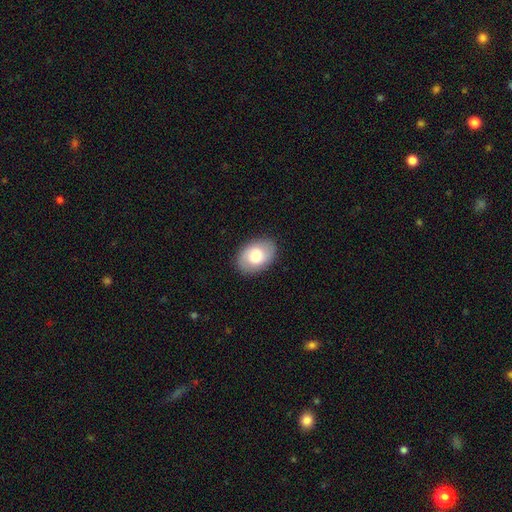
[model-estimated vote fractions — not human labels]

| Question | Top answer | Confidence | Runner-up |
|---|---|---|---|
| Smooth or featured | smooth | 66% | featured or disk (27%) |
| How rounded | in between | 80% | round (18%) |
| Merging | none | 86% | minor disturbance (10%) |